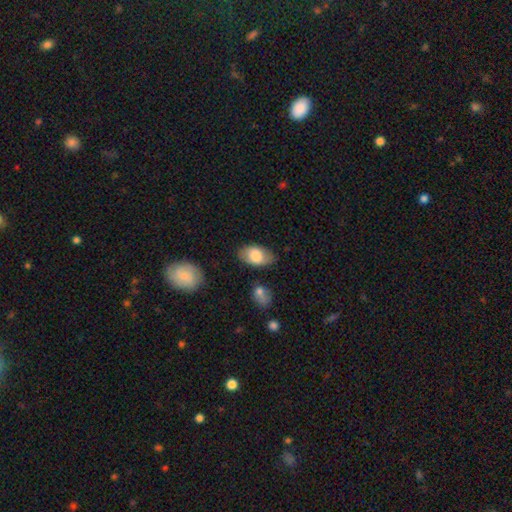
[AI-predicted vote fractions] Smooth or featured?
  - smooth: 77% *
  - featured or disk: 17%
  - star or artifact: 6%
How rounded?
  - in between: 93% *
  - round: 5%
  - cigar-shaped: 2%
Merging?
  - none: 77% *
  - minor disturbance: 16%
  - major disturbance: 4%
  - merger: 3%